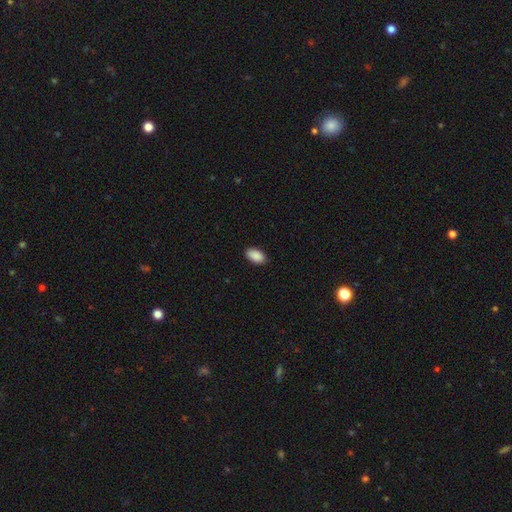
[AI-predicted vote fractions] smooth-or-featured: smooth: 90% | star or artifact: 7% | featured or disk: 3%
  how-rounded: in between: 95% | round: 4% | cigar-shaped: 2%
  merging: none: 88% | minor disturbance: 9% | major disturbance: 2% | merger: 1%